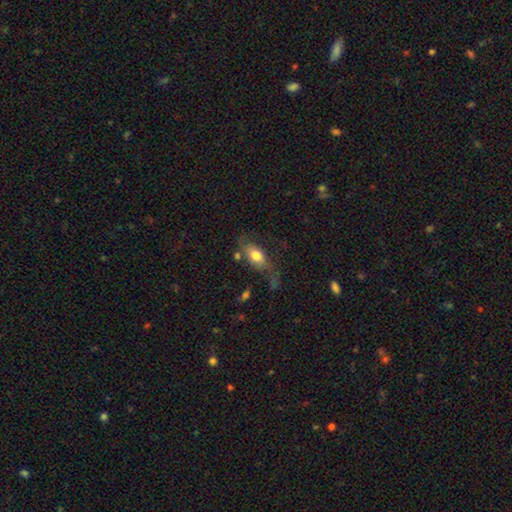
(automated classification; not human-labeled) Smooth or featured? smooth (67%)
How rounded? in between (84%)
Merging? none (43%)